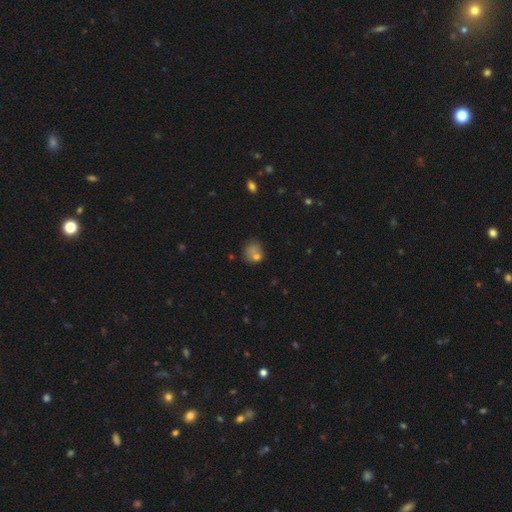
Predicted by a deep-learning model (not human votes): Smooth or featured? smooth (71%)
How rounded? round (79%)
Merging? none (56%)